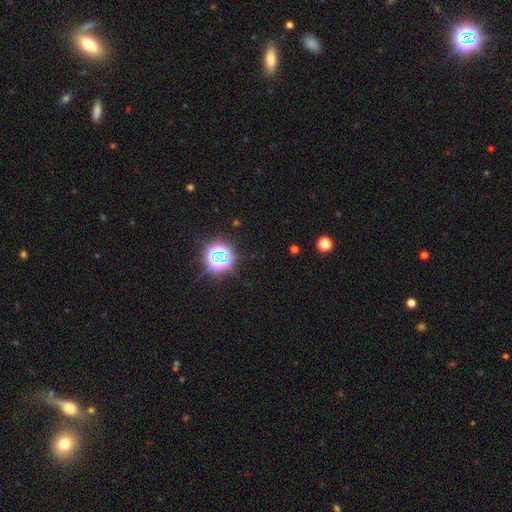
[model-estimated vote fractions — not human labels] Smooth or featured?
  - star or artifact: 78% *
  - smooth: 14%
  - featured or disk: 8%